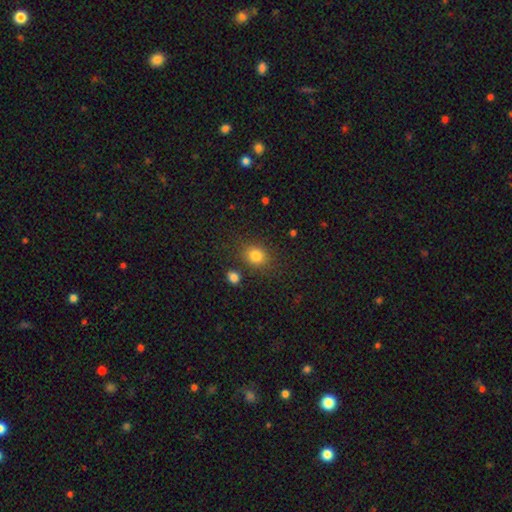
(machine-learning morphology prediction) This appears to be a smooth galaxy with no disk features (82%) that is round (61%). Merging: none (79%).